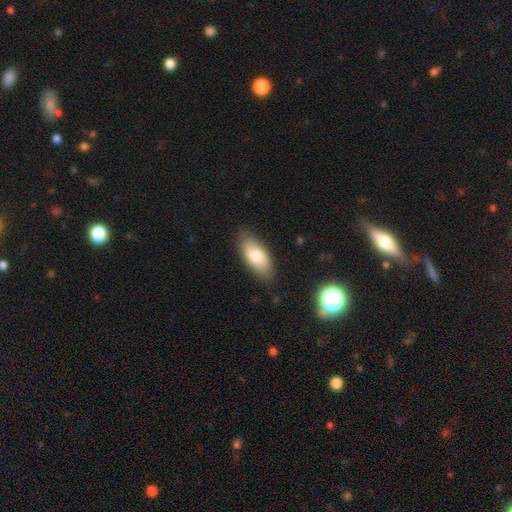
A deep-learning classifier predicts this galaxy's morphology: Smooth or featured: smooth — 75% (featured or disk — 18%)
How rounded: in between — 87% (cigar-shaped — 11%)
Merging: none — 83% (minor disturbance — 13%)